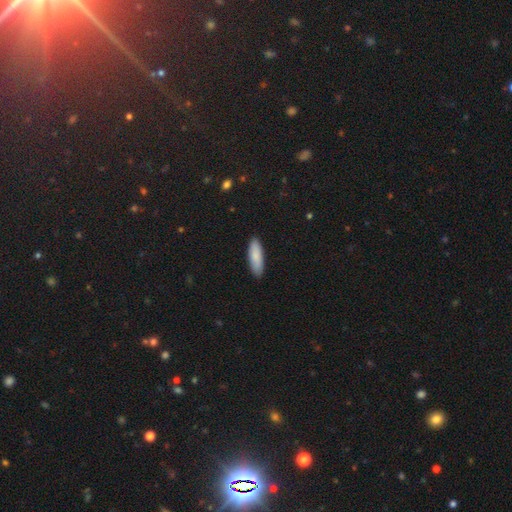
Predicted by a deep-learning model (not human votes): Morphology: type=smooth (86%); roundness=cigar-shaped (51%); merging=none (89%).